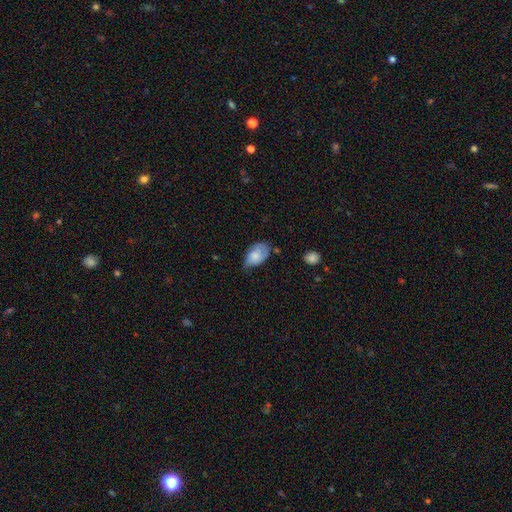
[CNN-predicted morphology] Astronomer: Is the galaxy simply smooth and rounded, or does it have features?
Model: smooth — 70%.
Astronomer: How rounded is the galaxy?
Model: in between — 91%.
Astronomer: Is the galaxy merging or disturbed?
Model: minor disturbance — 43% (runner-up: none, 40%).